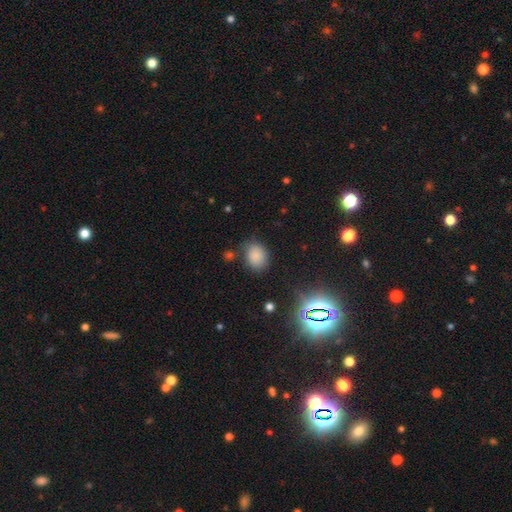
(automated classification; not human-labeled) A smooth galaxy with no disk features (82%) that is in between round and cigar-shaped (51%).

Vote fractions:
- Smooth or featured? smooth: 82% / star or artifact: 13% / featured or disk: 5%
- How rounded? in between: 51% / round: 47% / cigar-shaped: 1%
- Merging? none: 74% / minor disturbance: 17% / major disturbance: 5% / merger: 4%